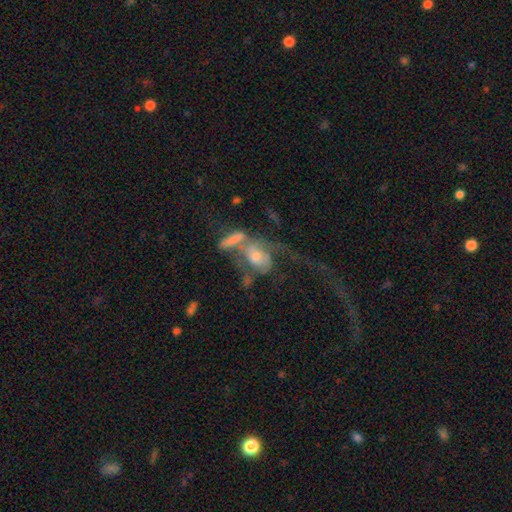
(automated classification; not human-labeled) A featured or disk galaxy (60%) with no bar (70%), spiral arms (59%) and a moderate central bulge (47%).

Vote fractions:
- Smooth or featured? featured or disk: 60% / smooth: 30% / star or artifact: 10%
- Edge-on disk? no: 90% / yes: 10%
- Bar? no: 70% / weak: 22% / strong: 8%
- Spiral arms? yes: 59% / no: 41%
- Bulge size? moderate: 47% / small: 34% / large: 9% / none: 8% / dominant: 2%
- Merging? merger: 53% / major disturbance: 28% / none: 12% / minor disturbance: 7%